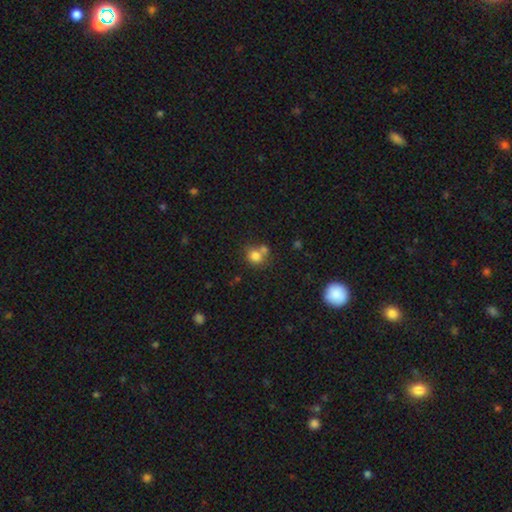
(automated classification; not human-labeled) Overall: smooth (79%). How rounded: round (78%). Merging: none (46%; merger 39%).